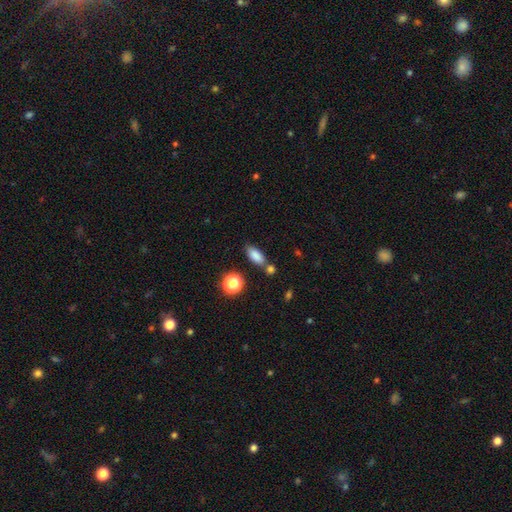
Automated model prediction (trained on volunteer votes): This is clearly a smooth galaxy (83%). How rounded: likely in between (79%). Merging: likely none (67%).